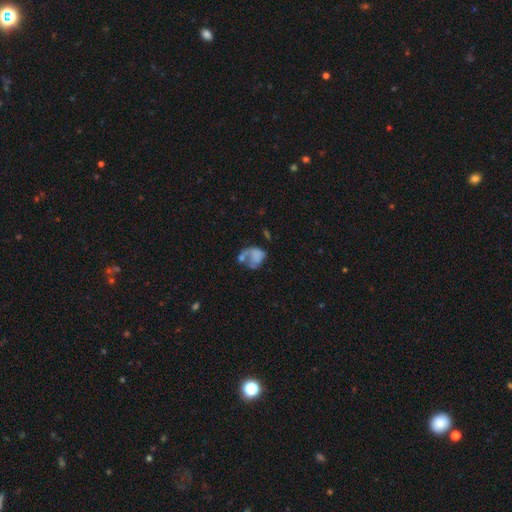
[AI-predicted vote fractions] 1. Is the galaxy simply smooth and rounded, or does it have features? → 50% smooth, 39% featured or disk, 11% star or artifact.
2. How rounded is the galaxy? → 63% in between, 36% round, 1% cigar-shaped.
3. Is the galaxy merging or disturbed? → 36% major disturbance, 24% merger, 23% none, 17% minor disturbance.